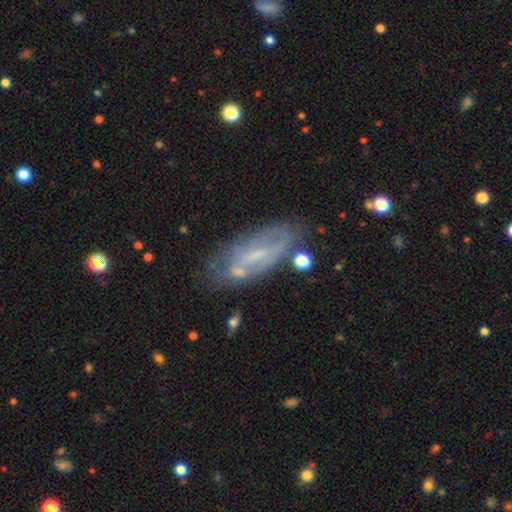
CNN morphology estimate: Smooth or featured? Predicted: featured or disk (p=0.57). Edge-on disk? Predicted: no (p=0.80). Merging? Predicted: none (p=0.62).